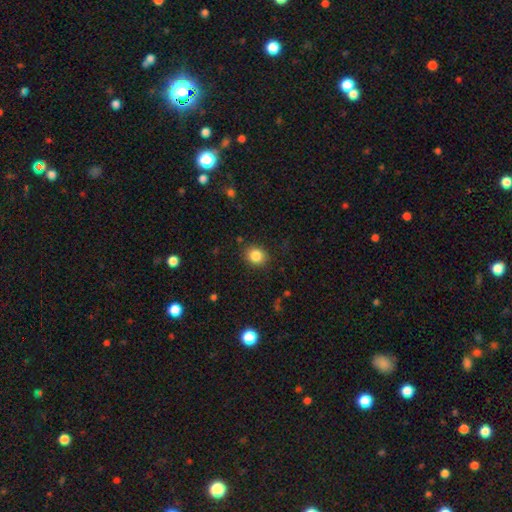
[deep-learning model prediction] Smooth or featured? Predicted: smooth (p=0.85). How rounded? Predicted: round (p=0.73). Merging? Predicted: none (p=0.86).